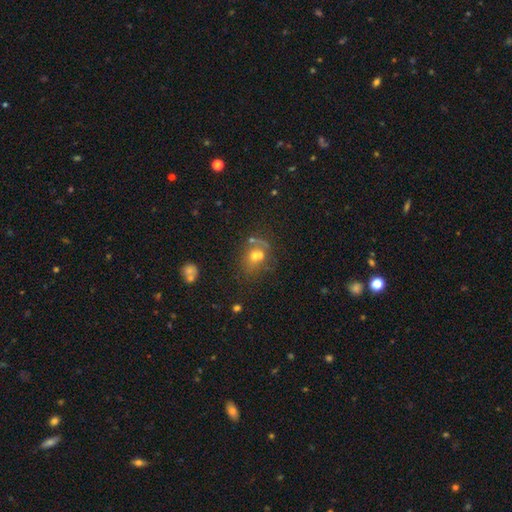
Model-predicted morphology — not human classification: This is possibly a smooth galaxy (52%). How rounded: possibly round (58%). Merging: marginally none (38%).